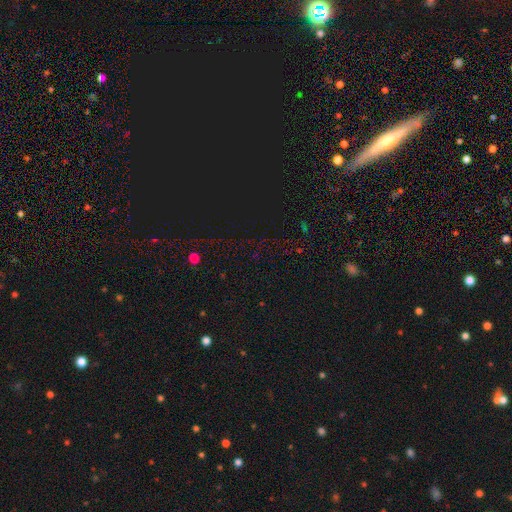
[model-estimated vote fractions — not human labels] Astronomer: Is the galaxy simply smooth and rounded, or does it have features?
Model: star or artifact — 73%.